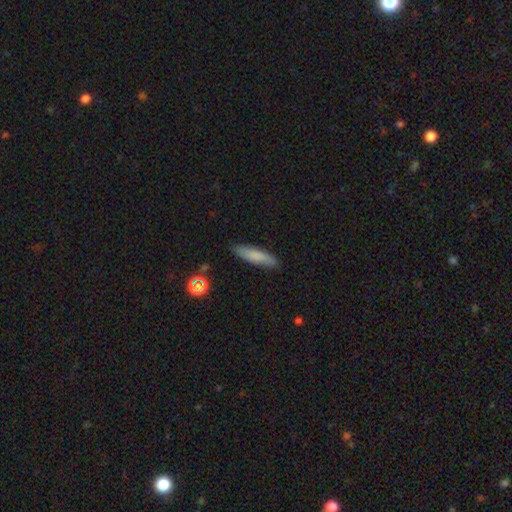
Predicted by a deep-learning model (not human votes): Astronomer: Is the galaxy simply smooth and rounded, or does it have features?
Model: smooth — 79%.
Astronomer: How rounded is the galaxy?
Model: cigar-shaped — 75%.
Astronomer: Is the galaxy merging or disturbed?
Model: none — 86%.